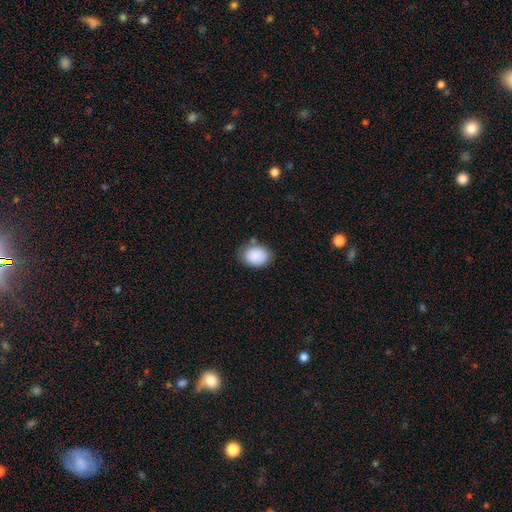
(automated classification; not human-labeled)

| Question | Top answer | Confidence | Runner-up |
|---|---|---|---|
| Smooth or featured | smooth | 87% | star or artifact (7%) |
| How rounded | in between | 67% | round (32%) |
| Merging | none | 71% | minor disturbance (21%) |